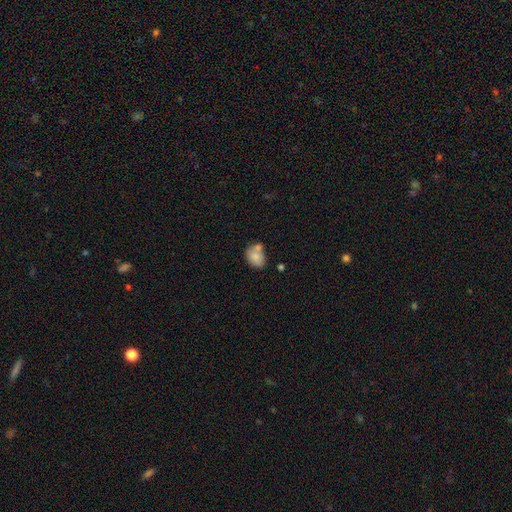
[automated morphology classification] smooth-or-featured: smooth: 80% | featured or disk: 12% | star or artifact: 8%
  how-rounded: in between: 72% | round: 27% | cigar-shaped: 1%
  merging: none: 48% | merger: 29% | minor disturbance: 18% | major disturbance: 5%